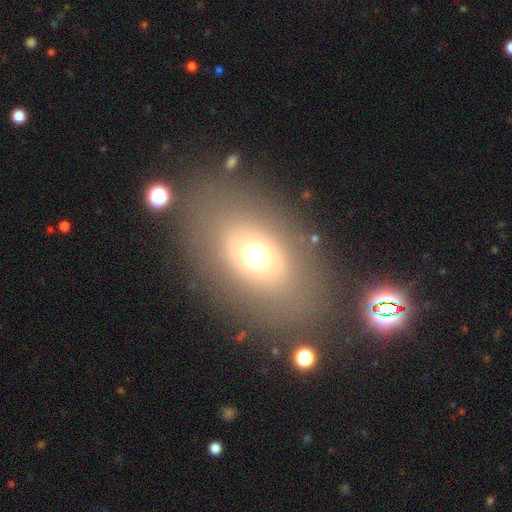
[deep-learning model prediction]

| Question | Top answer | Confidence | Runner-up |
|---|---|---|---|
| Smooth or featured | smooth | 60% | featured or disk (25%) |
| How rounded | in between | 75% | round (23%) |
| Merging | none | 80% | minor disturbance (10%) |